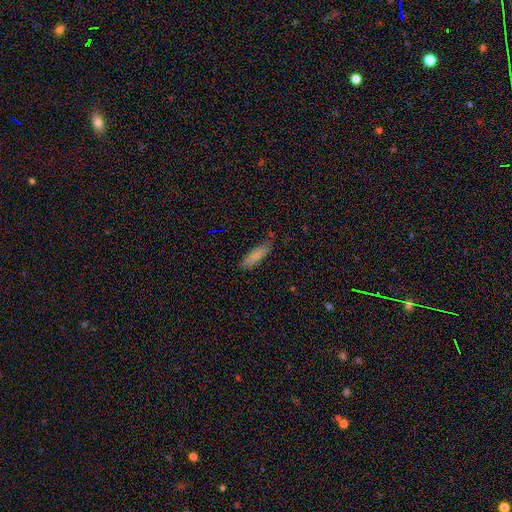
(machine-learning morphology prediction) Smooth or featured? smooth (82%)
How rounded? cigar-shaped (61%)
Merging? none (71%)